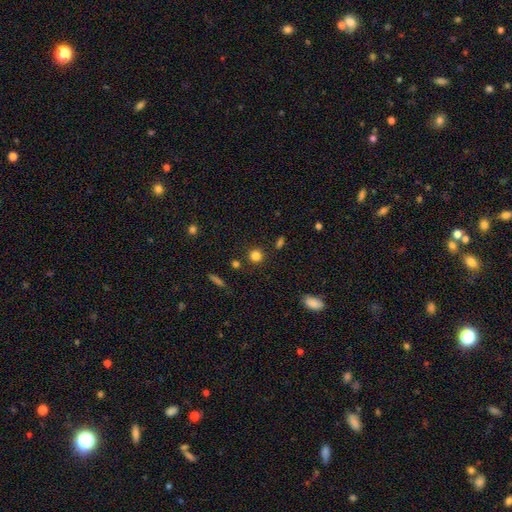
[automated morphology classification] smooth 81%, star or artifact 13%, featured or disk 6%. Down the decision tree: how rounded — round (89%); merging — none (85%).